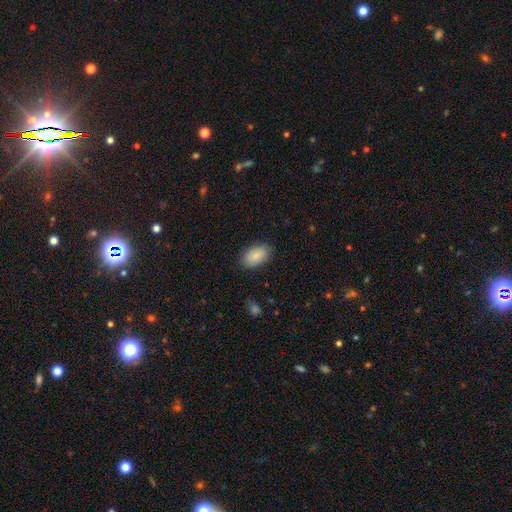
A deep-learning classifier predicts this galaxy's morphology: smooth_or_featured: smooth (p=0.86) [alt: featured or disk p=0.07]
how_rounded: in between (p=0.94) [alt: round p=0.04]
merging: none (p=0.84) [alt: minor disturbance p=0.12]